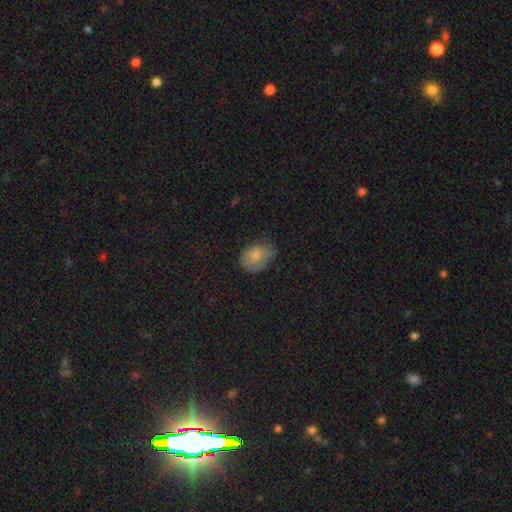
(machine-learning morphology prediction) A smooth galaxy with no disk features (76%) that is in between round and cigar-shaped (73%). Merging: none (45%).